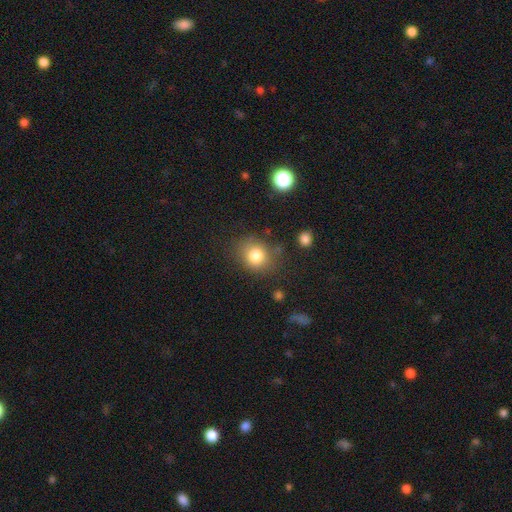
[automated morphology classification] Smooth or featured? Predicted: smooth (p=0.80). How rounded? Predicted: round (p=0.68). Merging? Predicted: none (p=0.77).